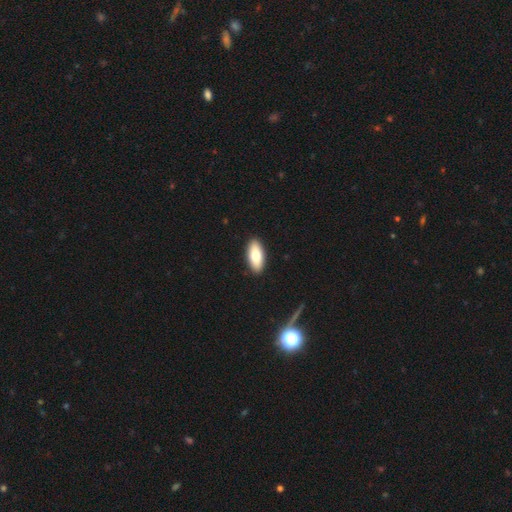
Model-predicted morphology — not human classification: smooth-or-featured: smooth: 77% | featured or disk: 17% | star or artifact: 6%
  how-rounded: in between: 86% | cigar-shaped: 12% | round: 2%
  merging: none: 91% | minor disturbance: 6% | major disturbance: 2% | merger: 1%